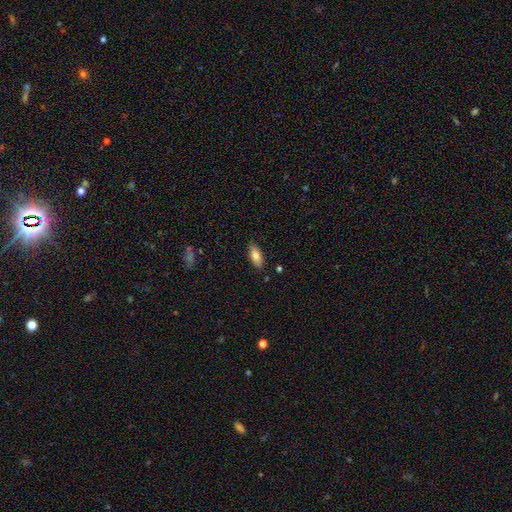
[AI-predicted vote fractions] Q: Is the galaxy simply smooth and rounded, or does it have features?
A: smooth — 79%.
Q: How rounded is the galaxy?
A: in between — 86%.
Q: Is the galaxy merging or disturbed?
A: none — 86%.